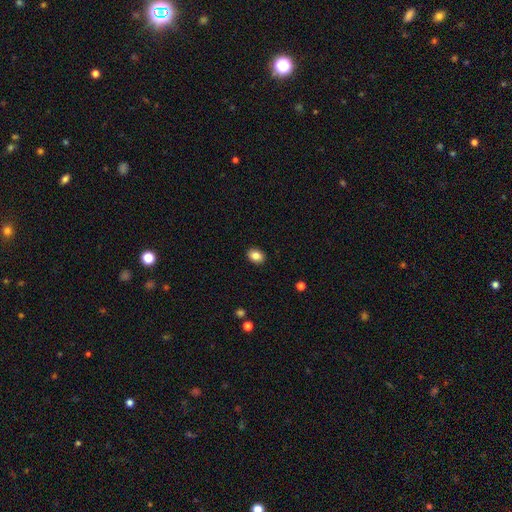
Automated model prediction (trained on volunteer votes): The model was most divided on "how rounded": in between: 66%, round: 33%, cigar-shaped: 1%. More confident: merging — none (90%); smooth or featured — smooth (84%).